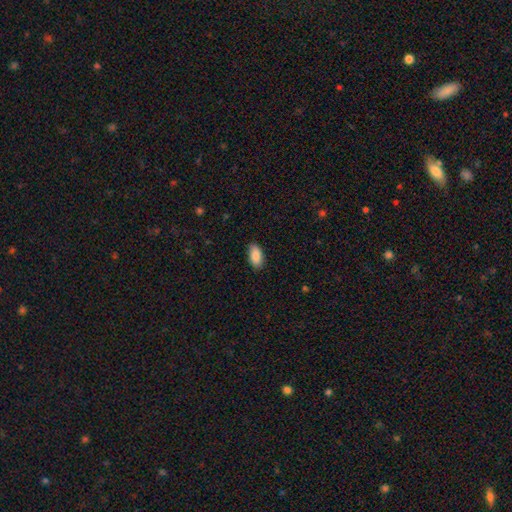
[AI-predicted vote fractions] Q: Smooth or featured?
A: smooth (86%); runner-up: featured or disk (7%)
Q: How rounded?
A: in between (92%); runner-up: cigar-shaped (5%)
Q: Merging?
A: none (87%); runner-up: minor disturbance (10%)